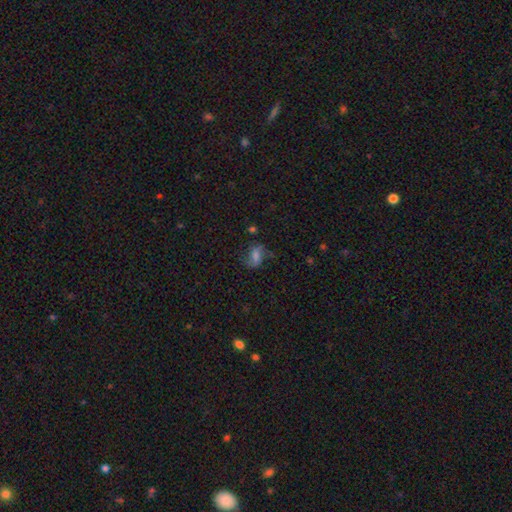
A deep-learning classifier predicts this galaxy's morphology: Smooth or featured? Predicted: smooth (p=0.48). Merging? Predicted: none (p=0.55).